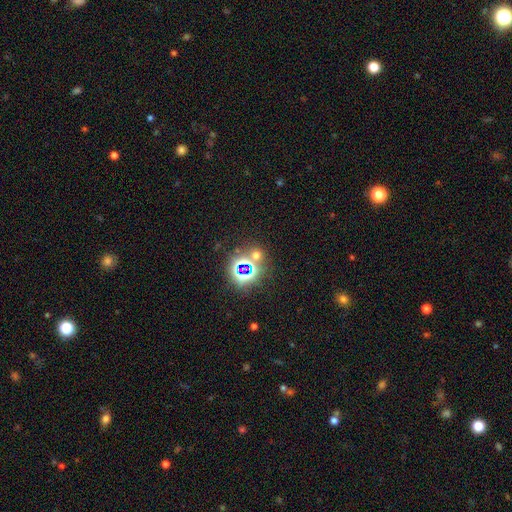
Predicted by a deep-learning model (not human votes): star or artifact 55%, smooth 37%, featured or disk 8%.